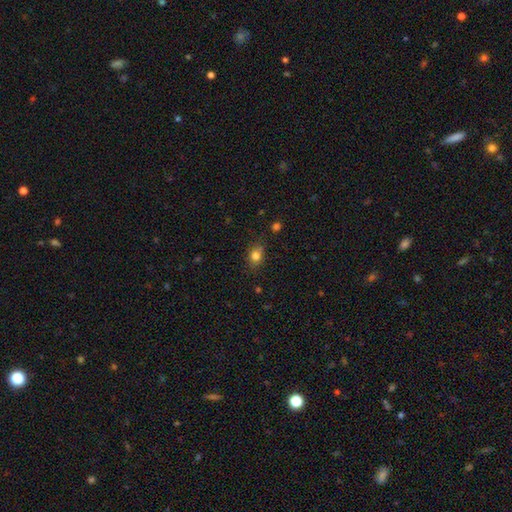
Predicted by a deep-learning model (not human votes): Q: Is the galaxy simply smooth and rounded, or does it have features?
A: smooth — 79%.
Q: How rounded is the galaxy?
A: round — 54%.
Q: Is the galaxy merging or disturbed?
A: none — 71%.